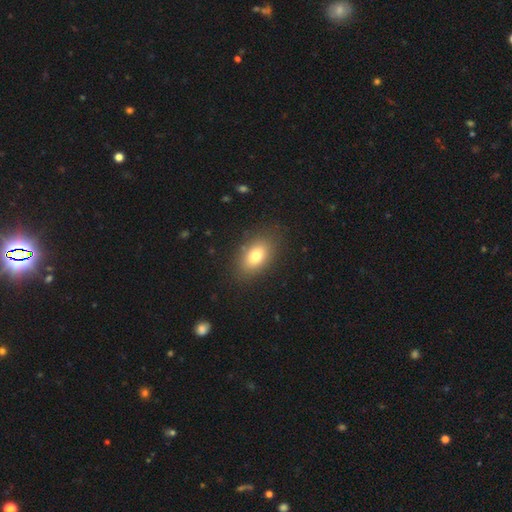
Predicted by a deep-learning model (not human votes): Overall: smooth (77%). How rounded: in between (86%). Merging: none (85%).